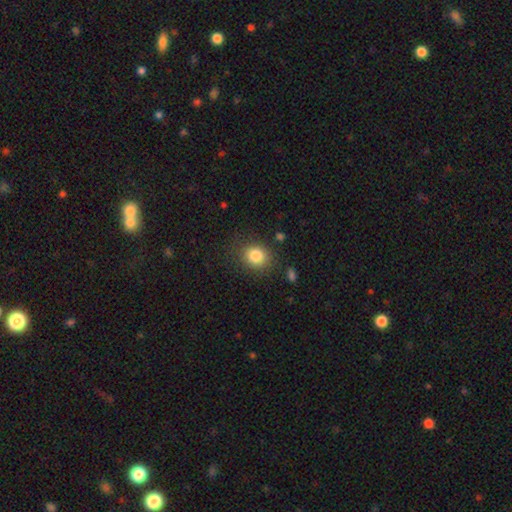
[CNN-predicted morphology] smooth 84%, star or artifact 10%, featured or disk 6%. Down the decision tree: how rounded — round (66%); merging — none (80%).